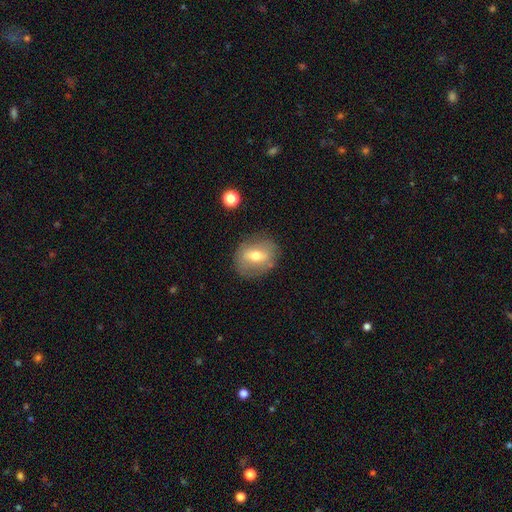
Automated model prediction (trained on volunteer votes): Smooth or featured? smooth (50%)
Merging? none (79%)